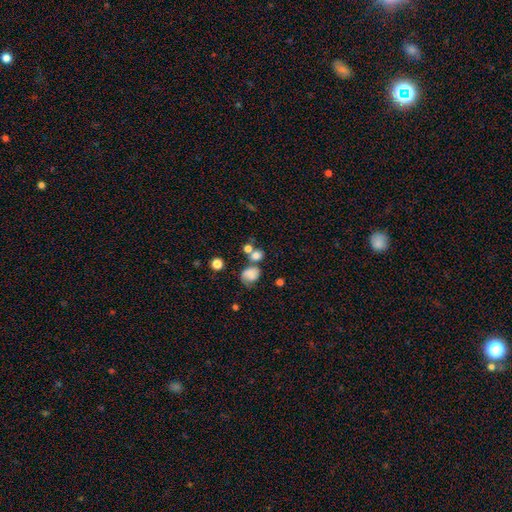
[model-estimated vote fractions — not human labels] Smooth or featured? smooth (73%)
How rounded? round (64%)
Merging? none (40%)